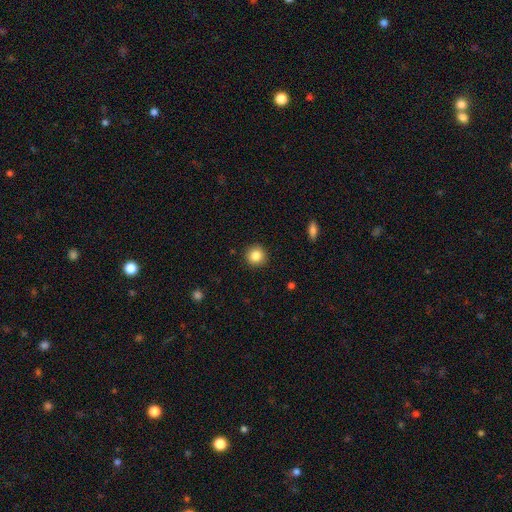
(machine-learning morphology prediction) Overall: smooth (85%). How rounded: round (94%). Merging: none (92%).